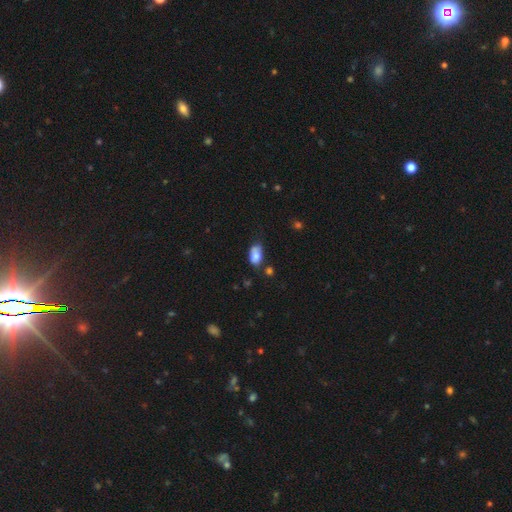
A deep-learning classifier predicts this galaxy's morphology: Smooth or featured? smooth (77%)
How rounded? in between (89%)
Merging? none (45%)